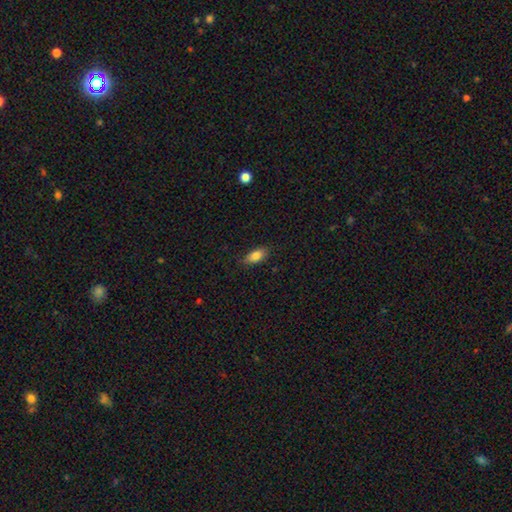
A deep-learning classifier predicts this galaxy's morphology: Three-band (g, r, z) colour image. It shows a smooth galaxy with no disk features (83%) that is in between round and cigar-shaped (86%). Merging: none (82%).